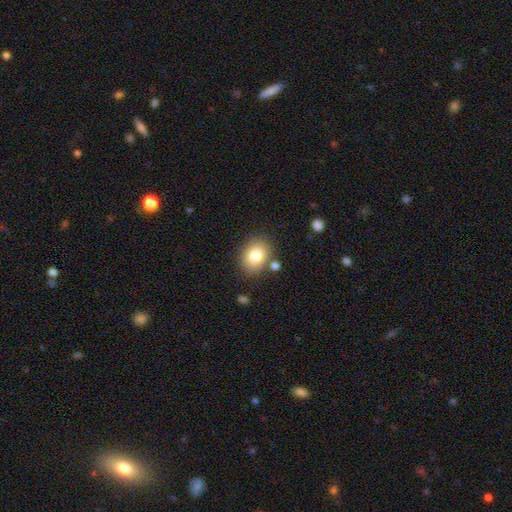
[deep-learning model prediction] A smooth galaxy with no disk features (82%) that is in between round and cigar-shaped (56%).

Vote fractions:
- Smooth or featured? smooth: 82% / featured or disk: 9% / star or artifact: 9%
- How rounded? in between: 56% / round: 43% / cigar-shaped: 1%
- Merging? none: 79% / minor disturbance: 12% / merger: 6% / major disturbance: 3%